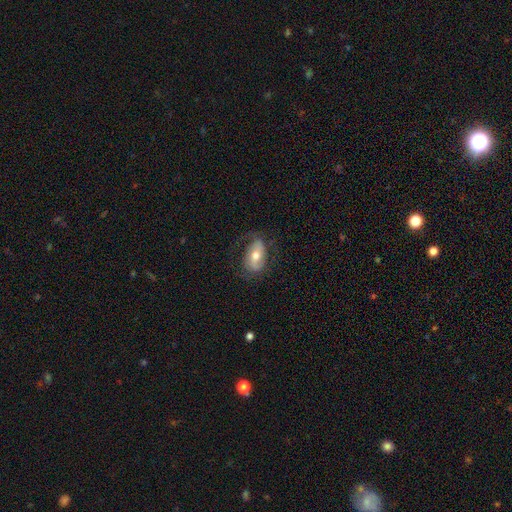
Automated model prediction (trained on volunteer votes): This is possibly a featured or disk galaxy (52%). It is clearly not viewed edge-on (91%). Merging: likely none (66%).